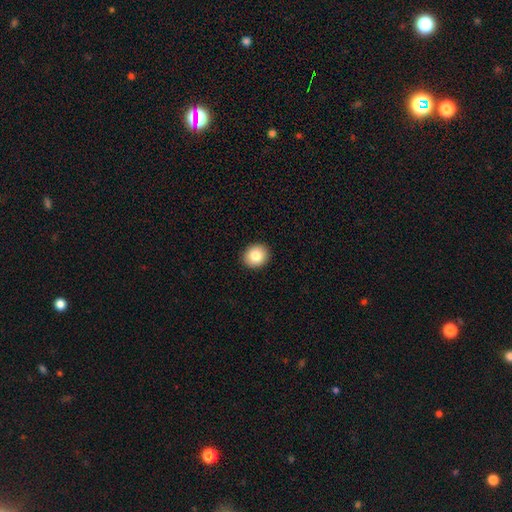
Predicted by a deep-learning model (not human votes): Smooth or featured? Predicted: smooth (p=0.83). How rounded? Predicted: round (p=0.74). Merging? Predicted: none (p=0.92).